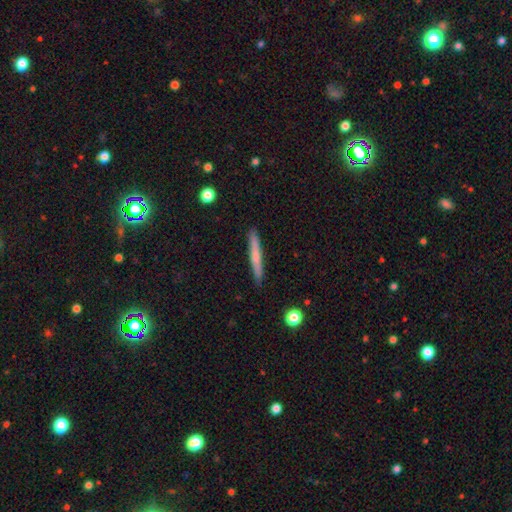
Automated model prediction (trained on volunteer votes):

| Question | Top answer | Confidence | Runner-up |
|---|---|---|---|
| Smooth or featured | smooth | 58% | featured or disk (36%) |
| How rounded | cigar-shaped | 96% | in between (3%) |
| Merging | none | 90% | minor disturbance (7%) |